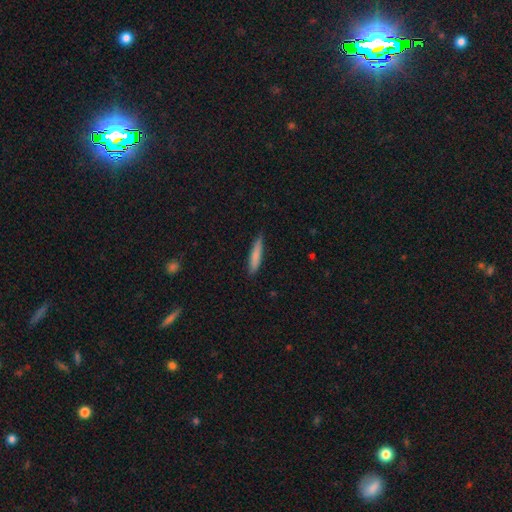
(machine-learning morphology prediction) smooth-or-featured: smooth: 79% | featured or disk: 15% | star or artifact: 6%
  how-rounded: cigar-shaped: 90% | in between: 9% | round: 1%
  merging: none: 83% | minor disturbance: 14% | major disturbance: 2% | merger: 1%